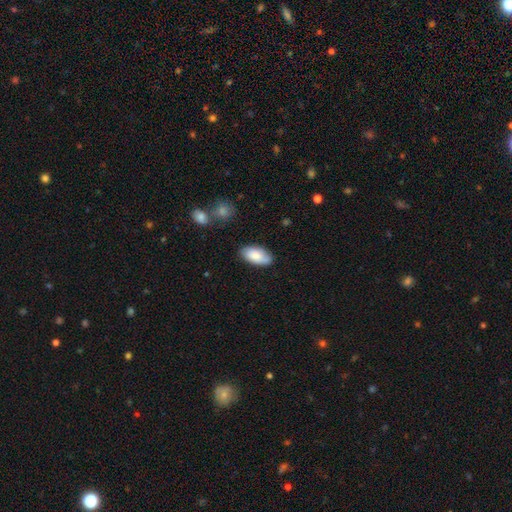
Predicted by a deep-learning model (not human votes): Q: Smooth or featured?
A: smooth (81%); runner-up: featured or disk (13%)
Q: How rounded?
A: in between (94%); runner-up: cigar-shaped (3%)
Q: Merging?
A: none (78%); runner-up: minor disturbance (17%)